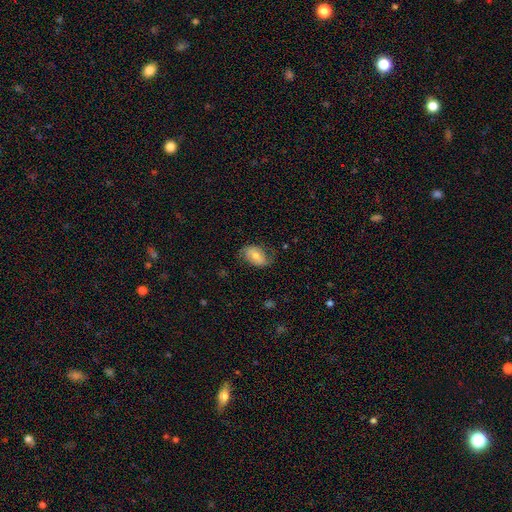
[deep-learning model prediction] smooth_or_featured: smooth (p=0.51) [alt: featured or disk p=0.41]
how_rounded: in between (p=0.87) [alt: round p=0.11]
merging: none (p=0.60) [alt: minor disturbance p=0.25]